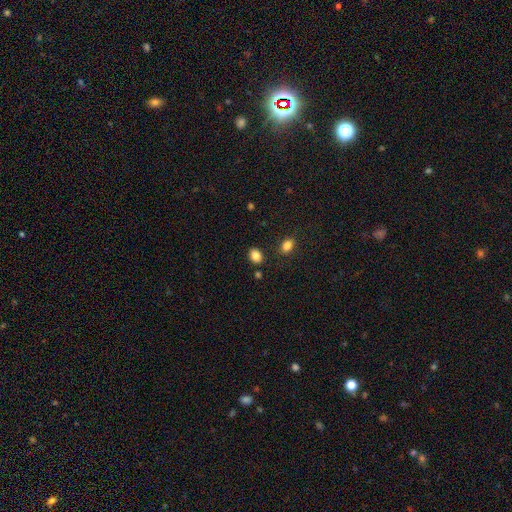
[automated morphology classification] The model was most divided on "how rounded": in between: 62%, round: 36%, cigar-shaped: 1%. More confident: smooth or featured — smooth (85%); merging — none (83%).